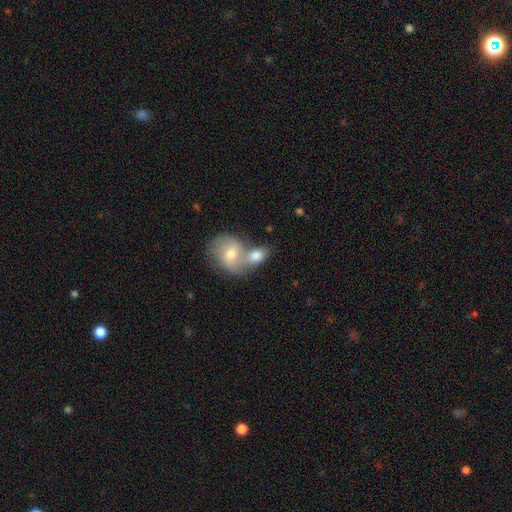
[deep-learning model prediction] This is likely a smooth galaxy (72%). How rounded: likely in between (72%). Merging: likely merger (62%).